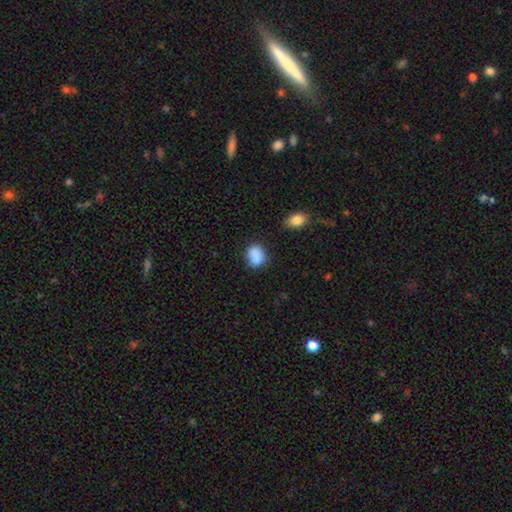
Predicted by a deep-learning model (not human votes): Smooth or featured? Predicted: smooth (p=0.84). How rounded? Predicted: round (p=0.49, tied with in between). Merging? Predicted: none (p=0.63).